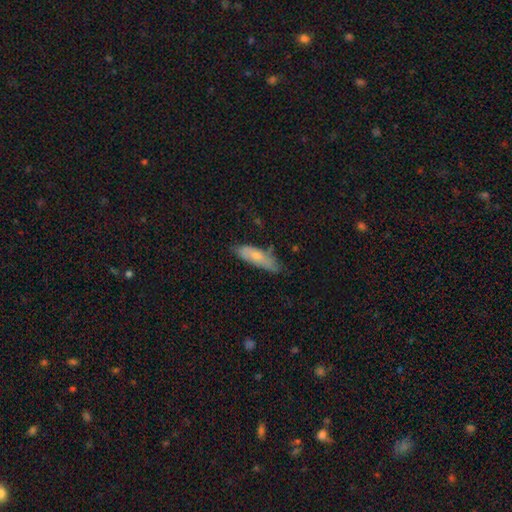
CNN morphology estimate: A smooth galaxy with no disk features (62%) that is in between round and cigar-shaped (52%).

Vote fractions:
- Smooth or featured? smooth: 62% / featured or disk: 31% / star or artifact: 7%
- How rounded? in between: 52% / cigar-shaped: 46% / round: 2%
- Merging? none: 61% / minor disturbance: 29% / major disturbance: 7% / merger: 3%